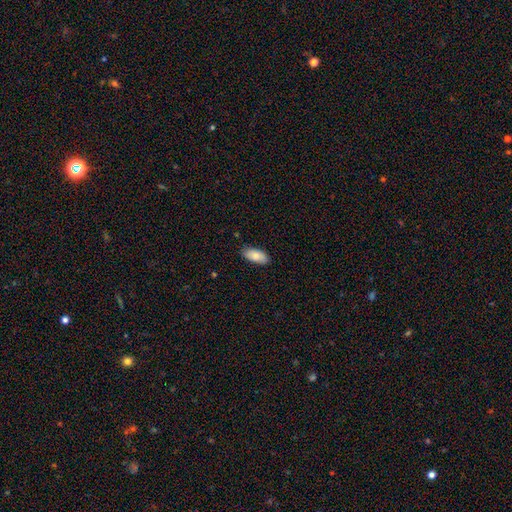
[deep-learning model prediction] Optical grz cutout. It shows a smooth galaxy with no disk features (84%) that is in between round and cigar-shaped (90%). Merging: none (86%).